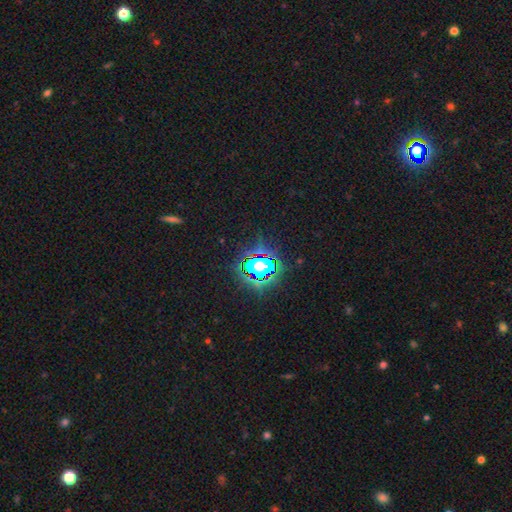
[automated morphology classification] smooth_or_featured: star or artifact (p=0.82) [alt: smooth p=0.12]